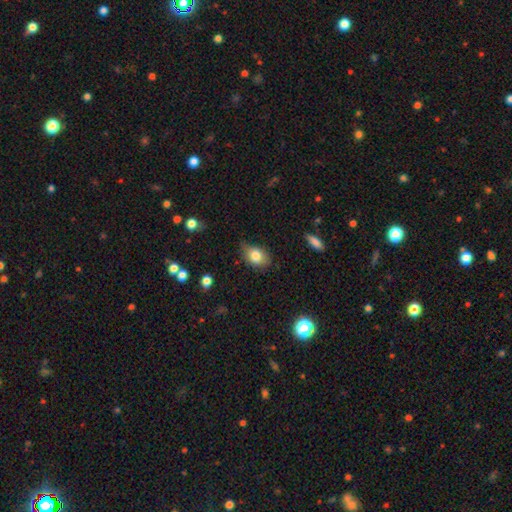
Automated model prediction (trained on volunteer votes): The model was most divided on "merging": none: 63%, minor disturbance: 29%, major disturbance: 6%, merger: 2%. More confident: smooth or featured — smooth (80%); how rounded — in between (76%).